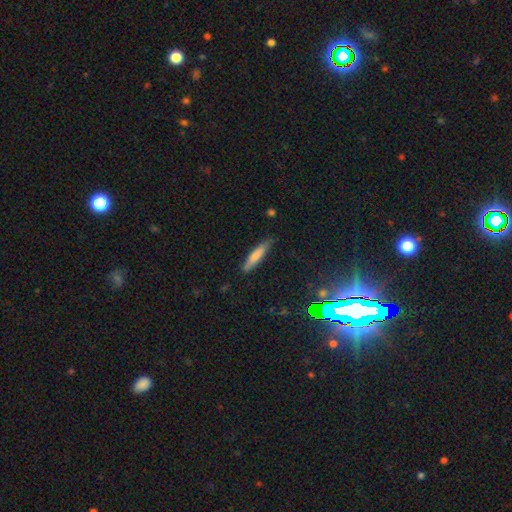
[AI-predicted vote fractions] Morphology: type=smooth (74%); roundness=cigar-shaped (85%); merging=none (83%).